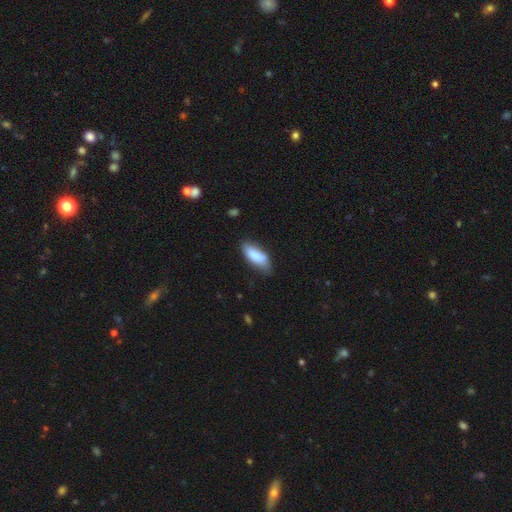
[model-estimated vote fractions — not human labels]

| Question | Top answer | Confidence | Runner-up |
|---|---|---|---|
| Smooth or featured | smooth | 83% | featured or disk (11%) |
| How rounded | in between | 75% | cigar-shaped (23%) |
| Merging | none | 64% | minor disturbance (29%) |